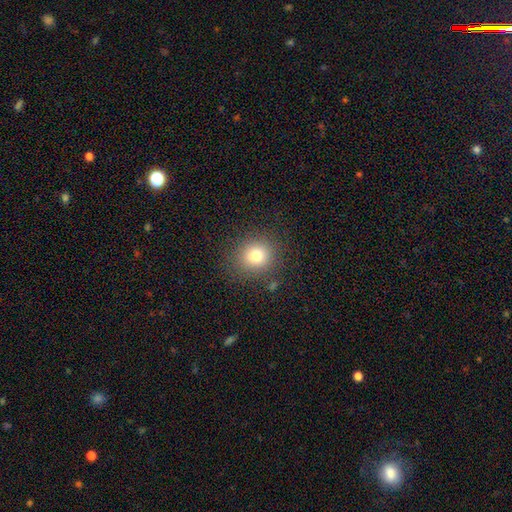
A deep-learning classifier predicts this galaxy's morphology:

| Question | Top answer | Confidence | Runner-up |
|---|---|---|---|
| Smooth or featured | smooth | 78% | star or artifact (13%) |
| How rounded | round | 84% | in between (15%) |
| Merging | none | 85% | minor disturbance (9%) |